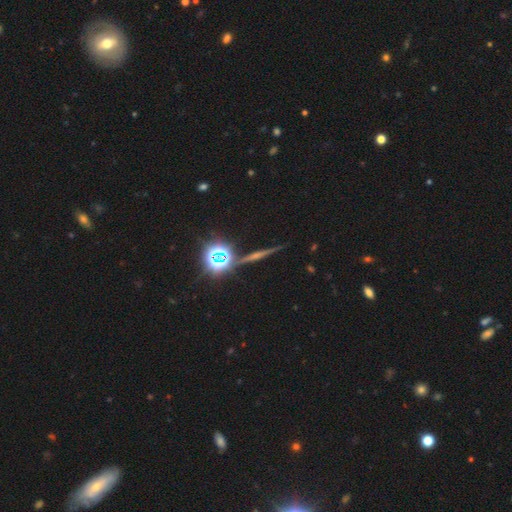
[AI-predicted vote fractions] smooth-or-featured: featured or disk: 54% | star or artifact: 28% | smooth: 18%
  disk-edge-on: yes: 96% | no: 4%
    edge-on-bulge: rounded: 60% | none: 28% | boxy: 12%
  merging: none: 89% | minor disturbance: 6% | merger: 3% | major disturbance: 2%